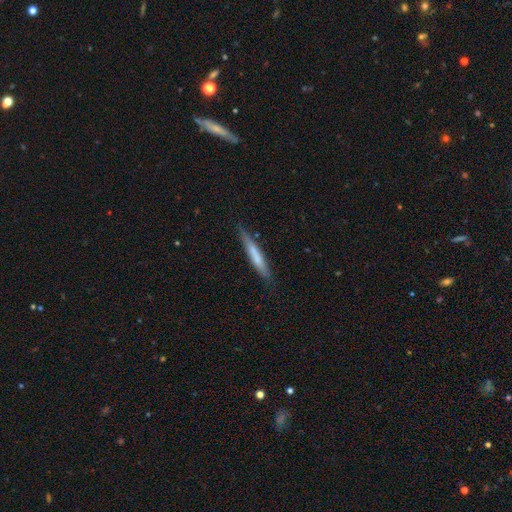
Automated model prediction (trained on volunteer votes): smooth_or_featured: smooth (p=0.62) [alt: featured or disk p=0.32]
how_rounded: cigar-shaped (p=0.94) [alt: in between p=0.04]
merging: none (p=0.82) [alt: minor disturbance p=0.14]